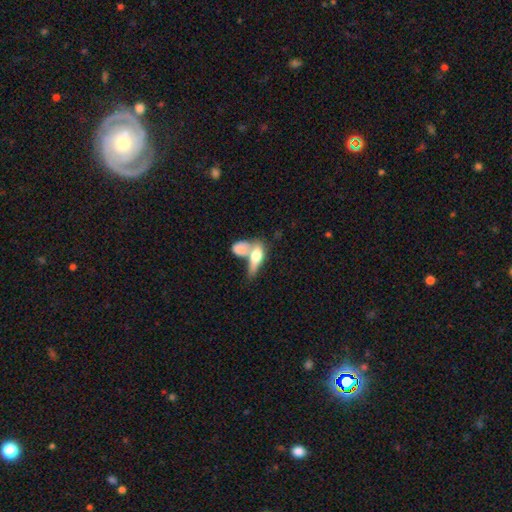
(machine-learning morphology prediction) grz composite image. It shows a smooth galaxy with no disk features (58%) that is in between round and cigar-shaped (68%). Merging: merger (59%).